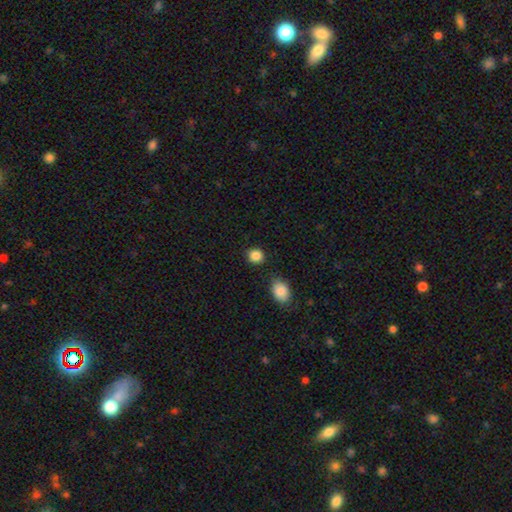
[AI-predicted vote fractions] smooth-or-featured: smooth: 87% | star or artifact: 10% | featured or disk: 3%
  how-rounded: round: 81% | in between: 18% | cigar-shaped: 1%
  merging: none: 84% | minor disturbance: 9% | merger: 4% | major disturbance: 3%